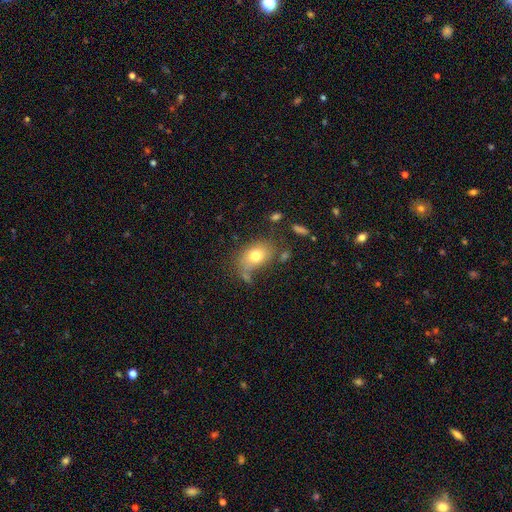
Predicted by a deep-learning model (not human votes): Smooth or featured: smooth — 75% (featured or disk — 15%)
How rounded: in between — 78% (round — 21%)
Merging: none — 57% (minor disturbance — 22%)